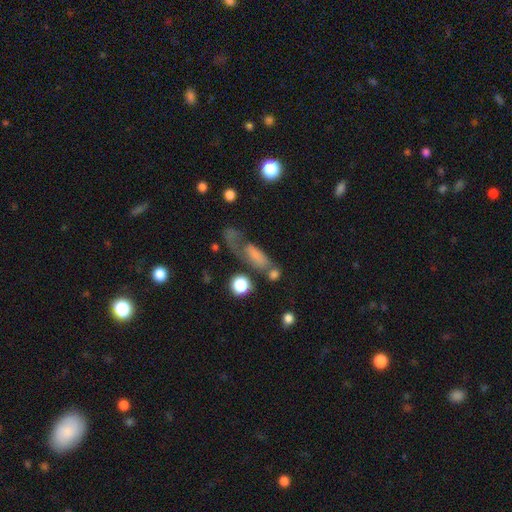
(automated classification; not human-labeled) smooth-or-featured: smooth: 60% | featured or disk: 27% | star or artifact: 13%
  how-rounded: in between: 59% | cigar-shaped: 32% | round: 10%
  merging: none: 33% | major disturbance: 31% | minor disturbance: 20% | merger: 16%